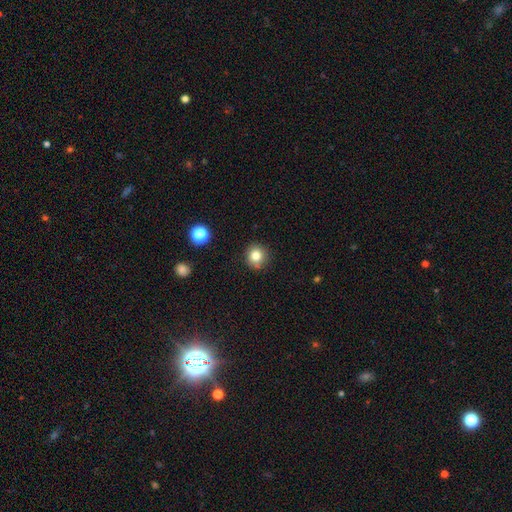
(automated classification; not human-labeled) Morphology: type=smooth (81%); roundness=round (90%); merging=none (86%).